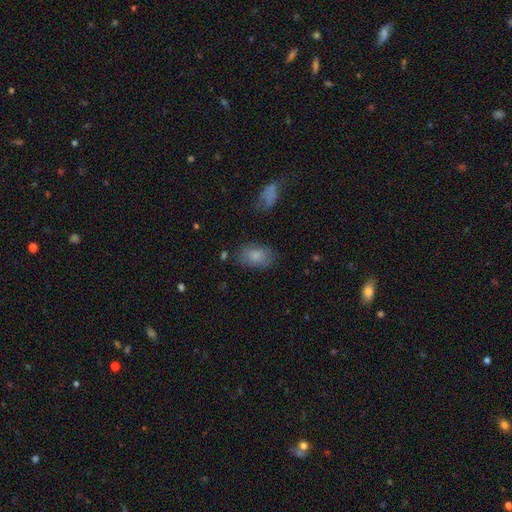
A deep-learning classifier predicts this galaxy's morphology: A smooth galaxy with no disk features (82%) that is in between round and cigar-shaped (88%). Merging: none (74%).